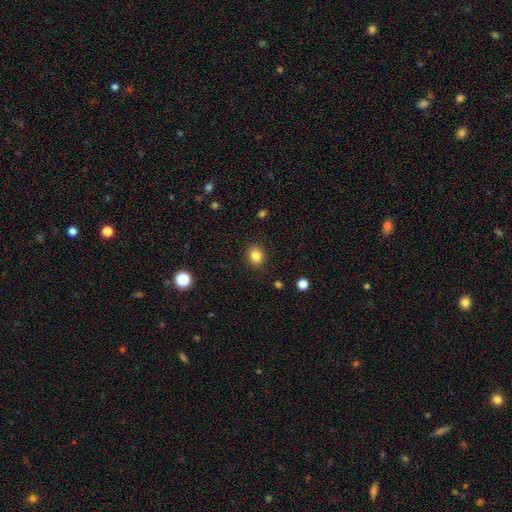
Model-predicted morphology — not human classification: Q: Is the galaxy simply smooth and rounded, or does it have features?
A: smooth — 84%.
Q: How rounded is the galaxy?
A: round — 69%.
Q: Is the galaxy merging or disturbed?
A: none — 90%.